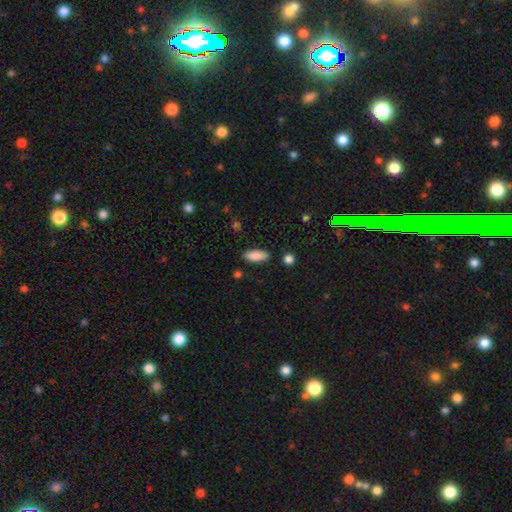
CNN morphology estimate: The model was most divided on "how rounded": in between: 81%, cigar-shaped: 17%, round: 2%. More confident: smooth or featured — smooth (89%); merging — none (86%).